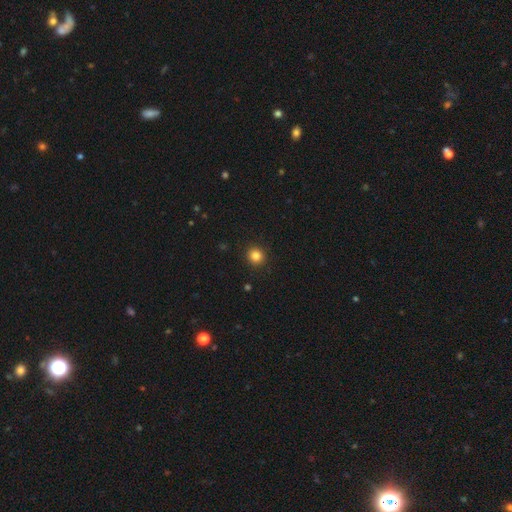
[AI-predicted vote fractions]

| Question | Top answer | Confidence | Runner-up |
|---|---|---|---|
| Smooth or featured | smooth | 84% | star or artifact (12%) |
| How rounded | round | 92% | in between (7%) |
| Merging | none | 92% | minor disturbance (5%) |